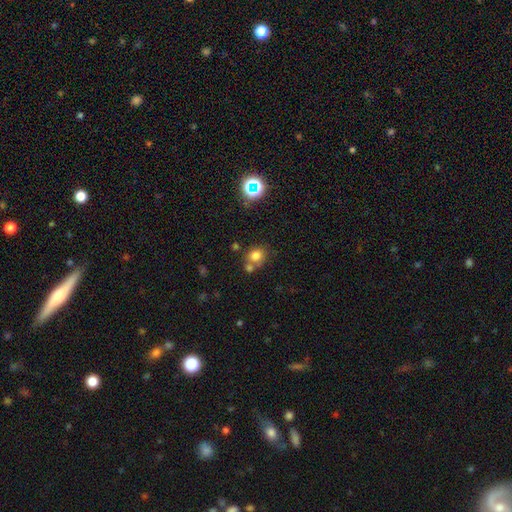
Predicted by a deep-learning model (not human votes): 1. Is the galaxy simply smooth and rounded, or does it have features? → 75% smooth, 15% star or artifact, 9% featured or disk.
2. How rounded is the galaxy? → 72% round, 27% in between, 1% cigar-shaped.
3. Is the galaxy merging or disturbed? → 55% none, 28% merger, 12% minor disturbance, 5% major disturbance.